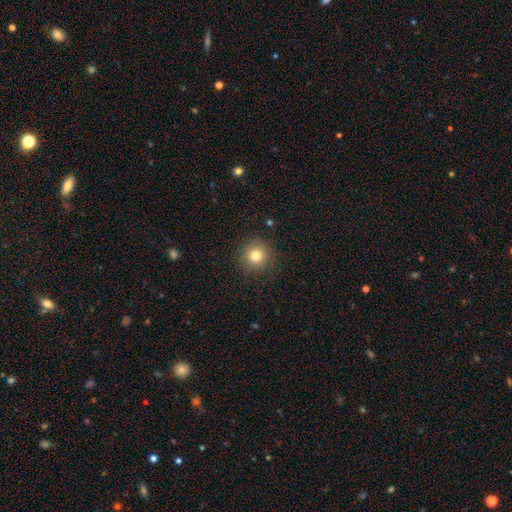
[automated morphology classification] Overall: smooth (80%). How rounded: round (93%). Merging: none (87%).